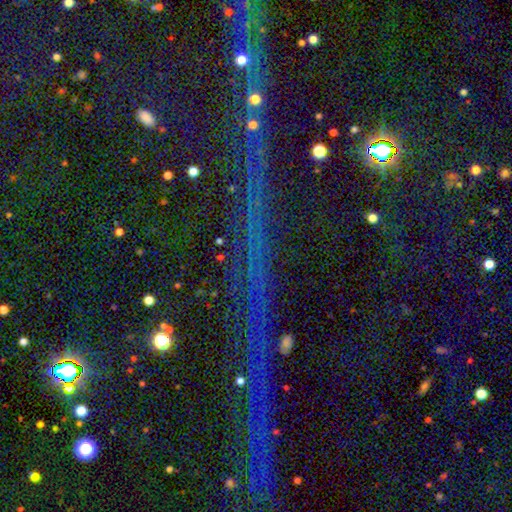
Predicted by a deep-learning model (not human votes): This appears to be a star or artifact, not a galaxy (81%).